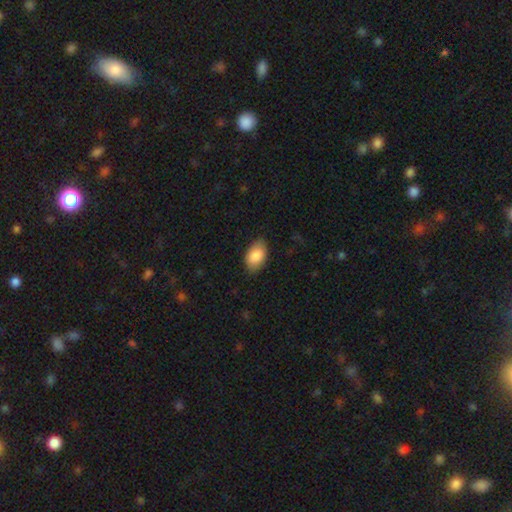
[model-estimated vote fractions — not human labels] smooth-or-featured: smooth: 87% | featured or disk: 6% | star or artifact: 6%
  how-rounded: in between: 93% | round: 6% | cigar-shaped: 1%
  merging: none: 83% | minor disturbance: 13% | major disturbance: 3% | merger: 1%